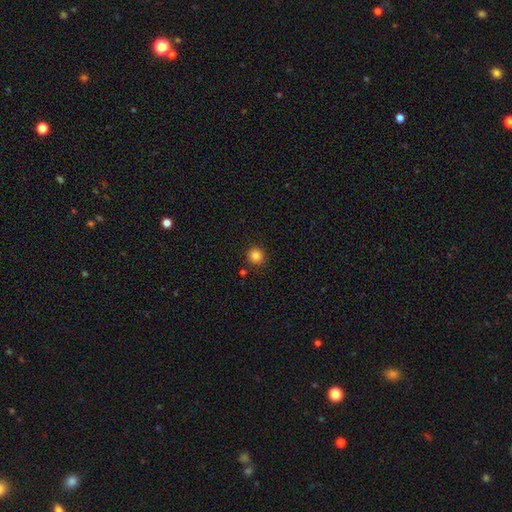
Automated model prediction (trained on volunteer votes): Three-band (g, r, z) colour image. It shows a smooth galaxy with no disk features (85%) that is round (94%). Merging: none (89%).